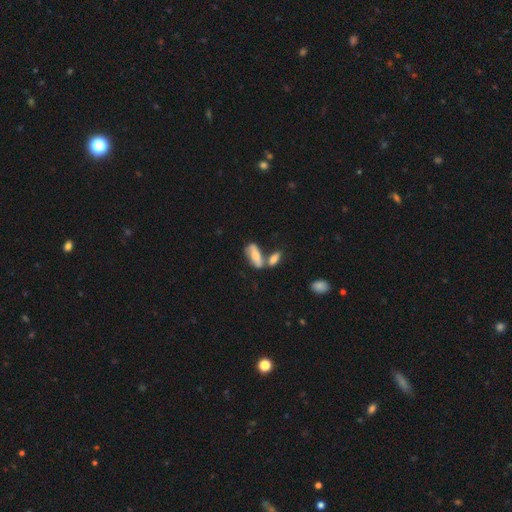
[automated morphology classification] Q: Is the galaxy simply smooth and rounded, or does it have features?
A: smooth — 63%.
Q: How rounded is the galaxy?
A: in between — 69%.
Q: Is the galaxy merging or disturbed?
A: merger — 43%.